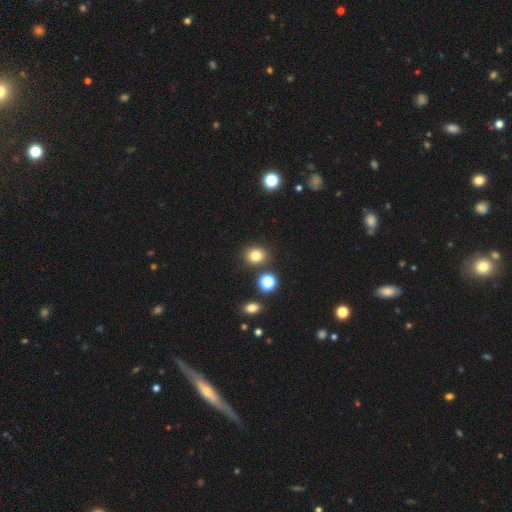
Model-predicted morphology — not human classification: smooth_or_featured: smooth (p=0.79) [alt: star or artifact p=0.14]
how_rounded: round (p=0.69) [alt: in between p=0.30]
merging: none (p=0.84) [alt: minor disturbance p=0.08]